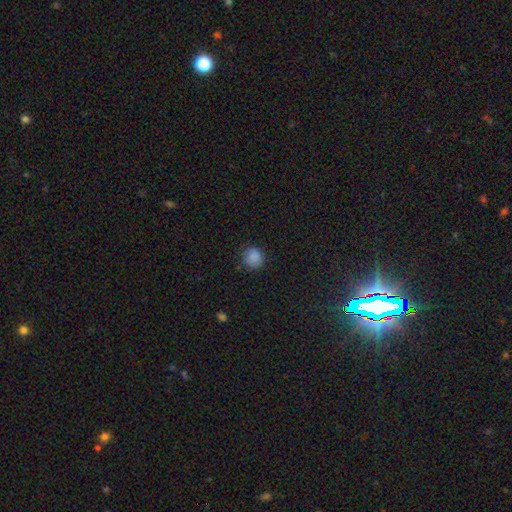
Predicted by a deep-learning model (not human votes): This appears to be a smooth galaxy with no disk features (79%) that is round (87%). Merging: none (83%).